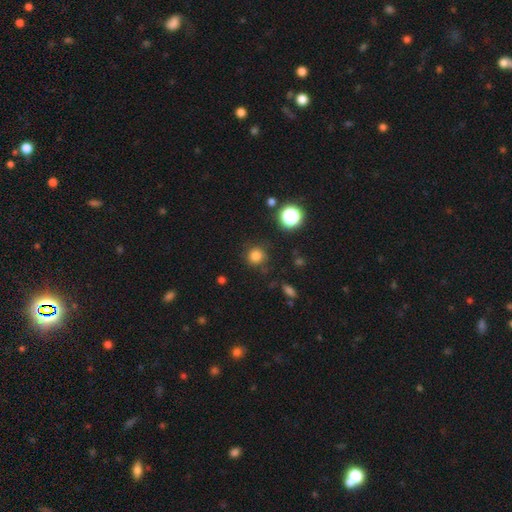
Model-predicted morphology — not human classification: A smooth galaxy with no disk features (80%) that is round (92%). Merging: none (82%).